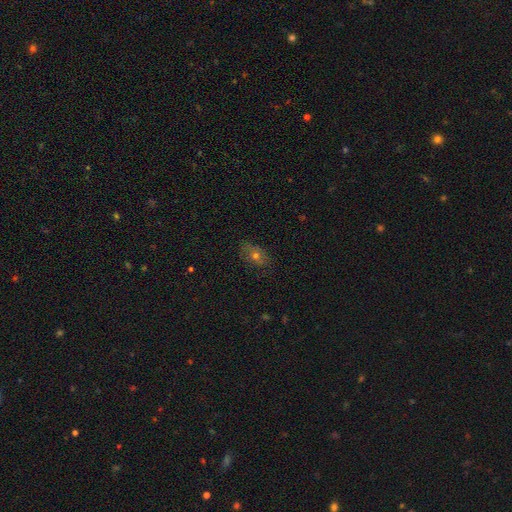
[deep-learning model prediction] A smooth galaxy with no disk features (52%) that is in between round and cigar-shaped (78%). Merging: none (74%).